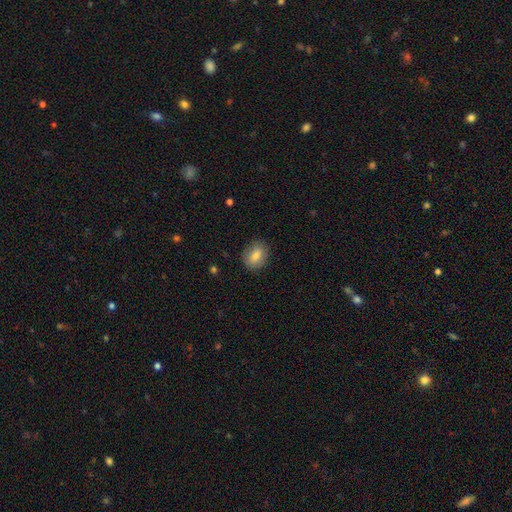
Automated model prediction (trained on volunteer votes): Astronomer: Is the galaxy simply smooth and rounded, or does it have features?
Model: smooth — 81%.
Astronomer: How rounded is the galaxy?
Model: in between — 58% (runner-up: round, 40%).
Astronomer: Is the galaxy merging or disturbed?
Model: none — 83%.